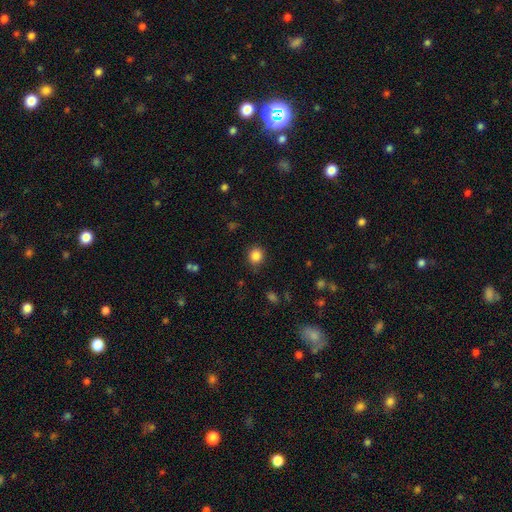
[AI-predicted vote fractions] Smooth or featured: smooth — 86% (star or artifact — 11%)
How rounded: round — 84% (in between — 15%)
Merging: none — 86% (minor disturbance — 10%)